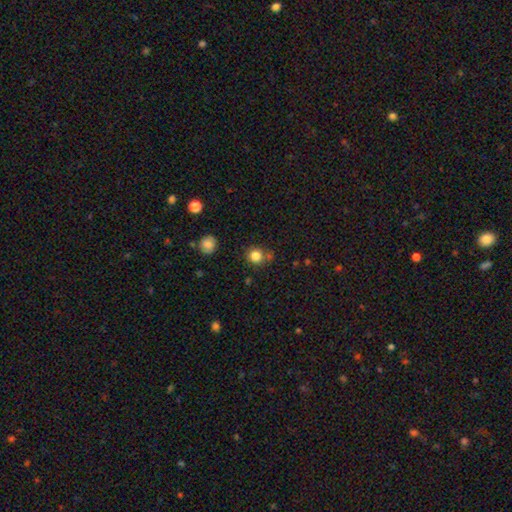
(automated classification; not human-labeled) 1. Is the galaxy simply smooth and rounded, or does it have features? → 82% smooth, 12% star or artifact, 6% featured or disk.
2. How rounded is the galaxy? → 89% round, 10% in between, 1% cigar-shaped.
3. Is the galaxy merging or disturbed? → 74% none, 13% minor disturbance, 9% merger, 4% major disturbance.